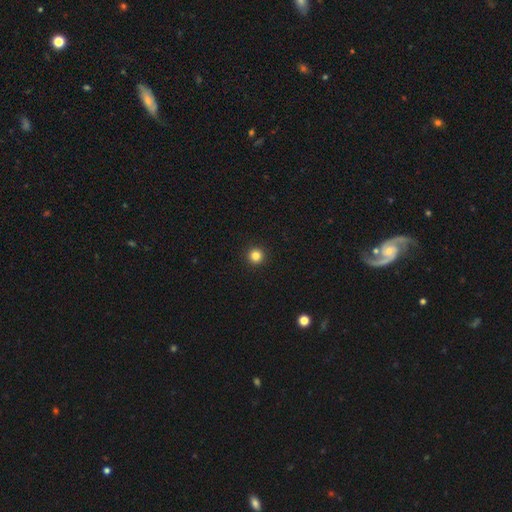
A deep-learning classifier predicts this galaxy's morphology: This is clearly a smooth galaxy (83%). How rounded: clearly round (96%). Merging: clearly none (94%).